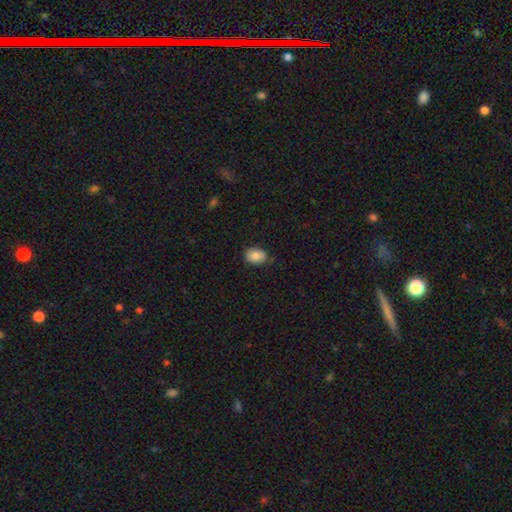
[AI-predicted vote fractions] Overall: smooth (83%). How rounded: in between (77%). Merging: none (79%).